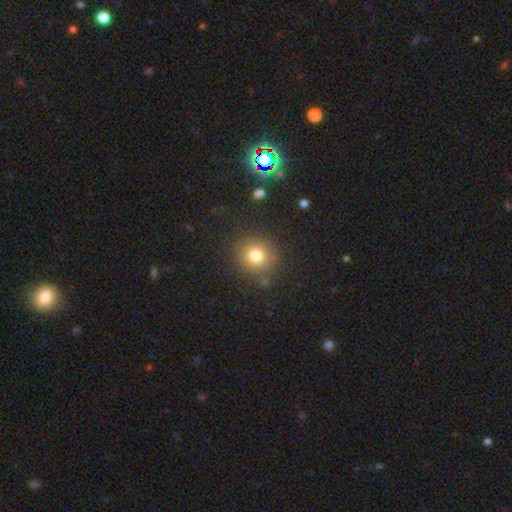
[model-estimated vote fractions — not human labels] smooth_or_featured: smooth (p=0.78) [alt: star or artifact p=0.14]
how_rounded: round (p=0.89) [alt: in between p=0.10]
merging: none (p=0.87) [alt: minor disturbance p=0.08]